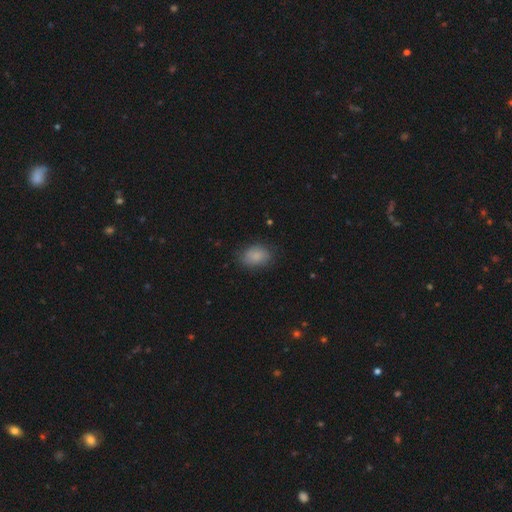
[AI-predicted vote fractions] Smooth or featured?
  - smooth: 86% *
  - star or artifact: 8%
  - featured or disk: 6%
How rounded?
  - in between: 79% *
  - round: 19%
  - cigar-shaped: 1%
Merging?
  - none: 81% *
  - minor disturbance: 14%
  - major disturbance: 4%
  - merger: 1%